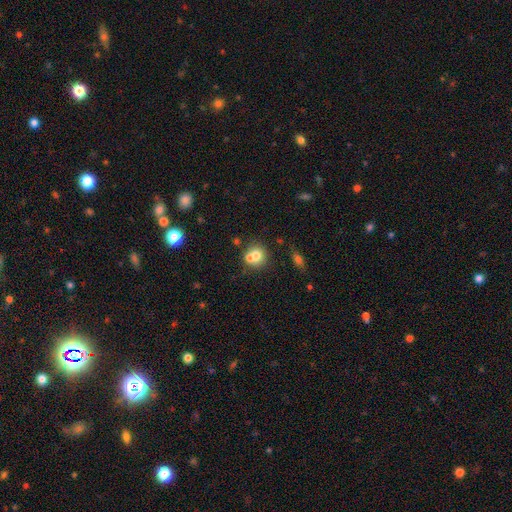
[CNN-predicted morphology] The model was most divided on "merging": merger: 47%, none: 42%, minor disturbance: 8%, major disturbance: 3%. More confident: how rounded — round (84%); smooth or featured — smooth (70%).